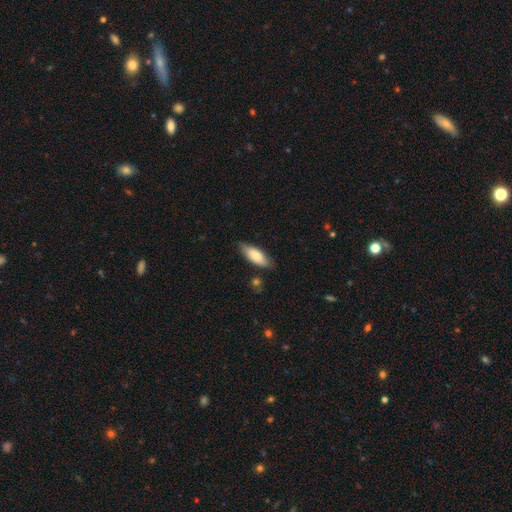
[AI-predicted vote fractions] smooth_or_featured: smooth (p=0.78) [alt: featured or disk p=0.16]
how_rounded: in between (p=0.70) [alt: cigar-shaped p=0.28]
merging: none (p=0.80) [alt: minor disturbance p=0.16]